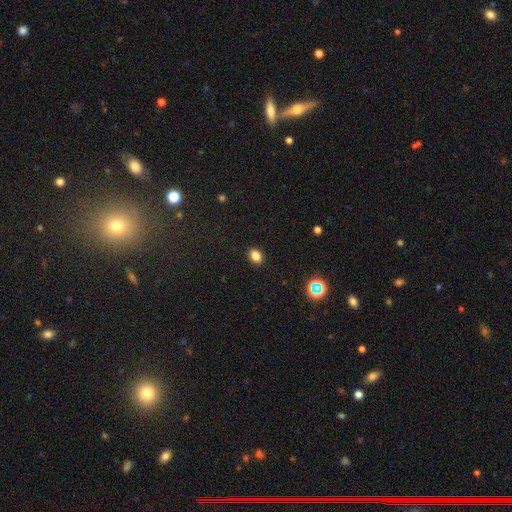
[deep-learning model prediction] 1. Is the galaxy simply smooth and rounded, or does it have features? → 82% smooth, 13% star or artifact, 5% featured or disk.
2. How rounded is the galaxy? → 71% in between, 28% round, 1% cigar-shaped.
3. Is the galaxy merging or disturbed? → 90% none, 7% minor disturbance, 2% major disturbance, 1% merger.